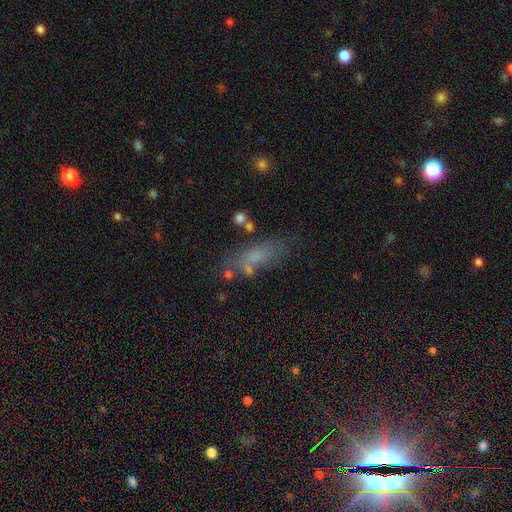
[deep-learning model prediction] smooth-or-featured: smooth: 66% | featured or disk: 19% | star or artifact: 15%
  how-rounded: in between: 58% | cigar-shaped: 38% | round: 5%
  merging: none: 63% | minor disturbance: 19% | merger: 9% | major disturbance: 9%